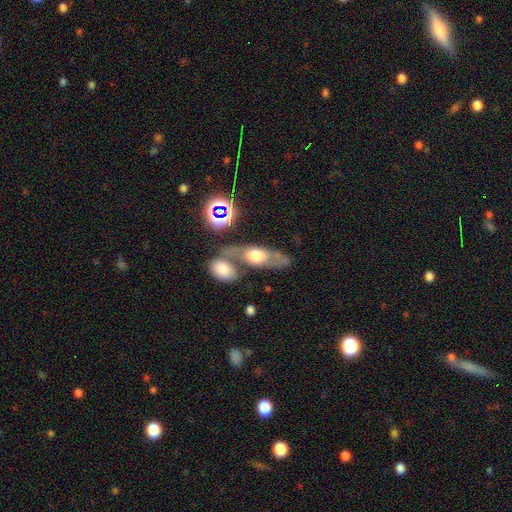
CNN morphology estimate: Smooth or featured: smooth — 47% (featured or disk — 43%)
Merging: none — 46% (merger — 32%)